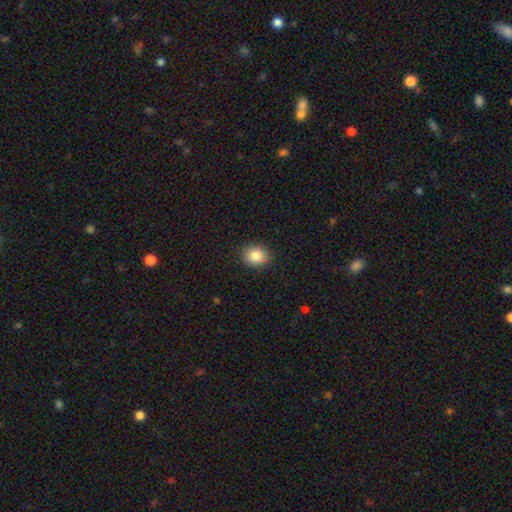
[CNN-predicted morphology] This is clearly a smooth galaxy (86%). How rounded: likely round (62%). Merging: clearly none (88%).